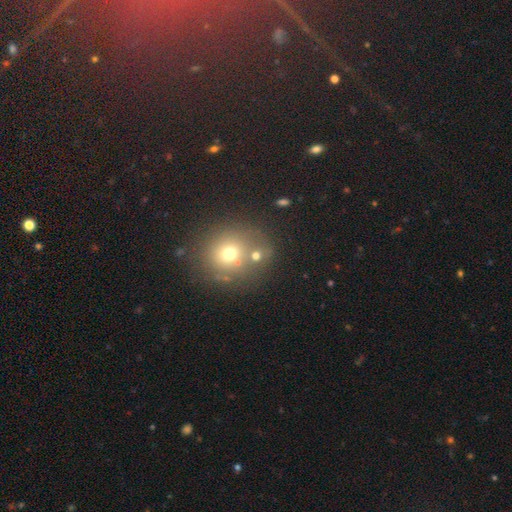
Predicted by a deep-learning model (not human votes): This is likely a smooth galaxy (65%). How rounded: clearly round (84%). Merging: possibly none (57%).